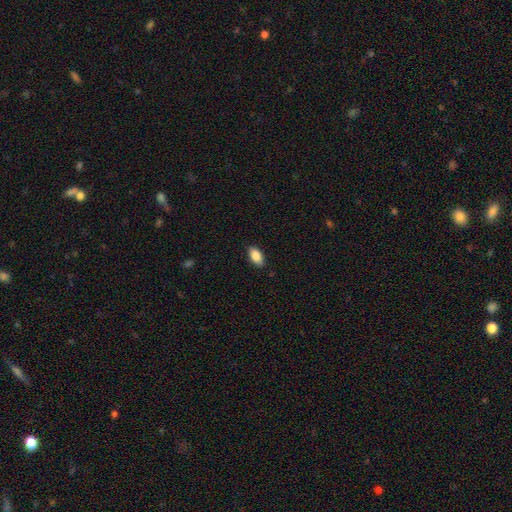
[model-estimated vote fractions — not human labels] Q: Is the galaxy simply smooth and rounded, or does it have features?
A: smooth — 88%.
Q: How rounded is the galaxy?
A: in between — 93%.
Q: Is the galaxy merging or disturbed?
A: none — 86%.